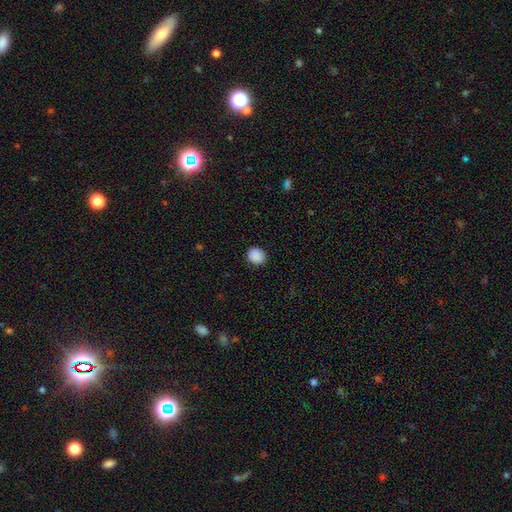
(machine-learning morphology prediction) This appears to be a smooth galaxy with no disk features (89%) that is round (71%). Merging: none (90%).